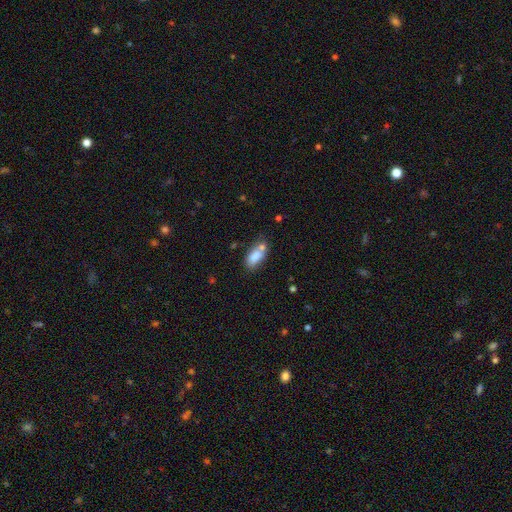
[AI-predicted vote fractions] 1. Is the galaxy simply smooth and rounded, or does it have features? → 79% smooth, 12% featured or disk, 8% star or artifact.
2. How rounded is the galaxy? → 85% in between, 11% cigar-shaped, 5% round.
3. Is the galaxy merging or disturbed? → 50% none, 28% merger, 17% minor disturbance, 5% major disturbance.